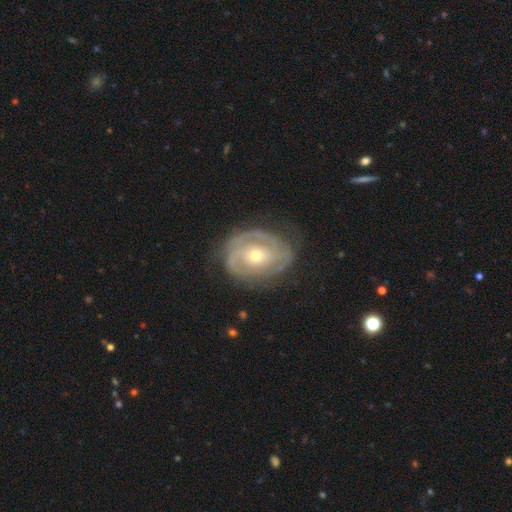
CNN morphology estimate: type=featured or disk (85%); edge-on=no (97%); bar=no (65%); spiral arms=yes (91%); winding=tight (72%); arm count=2 (43%); bulge=moderate (50%); merging=none (72%).